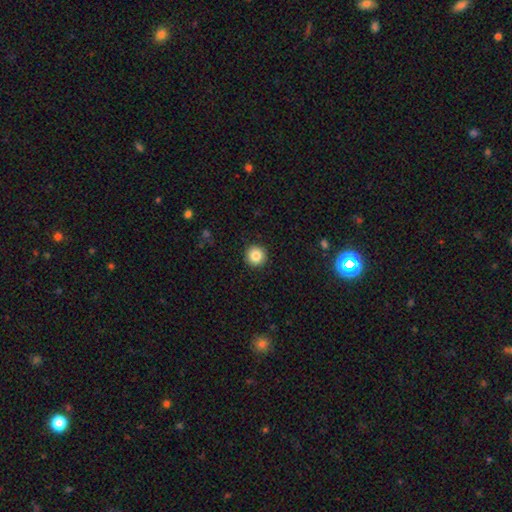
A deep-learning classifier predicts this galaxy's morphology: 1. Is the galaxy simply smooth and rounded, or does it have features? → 85% smooth, 10% star or artifact, 5% featured or disk.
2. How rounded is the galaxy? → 96% round, 3% in between, 1% cigar-shaped.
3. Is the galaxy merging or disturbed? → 93% none, 5% minor disturbance, 2% major disturbance, 1% merger.